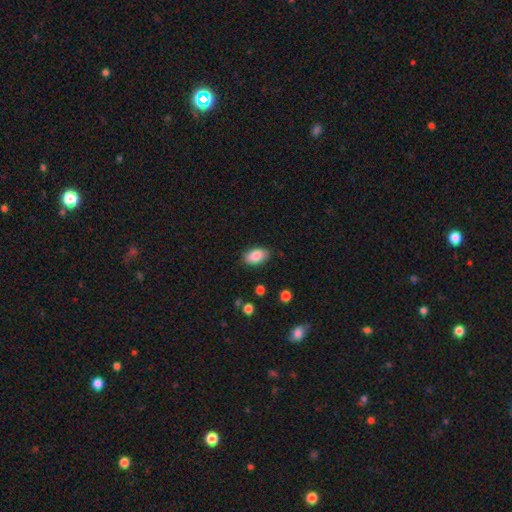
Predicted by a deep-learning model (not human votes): This appears to be a smooth galaxy with no disk features (88%) that is in between round and cigar-shaped (93%). Merging: none (85%).